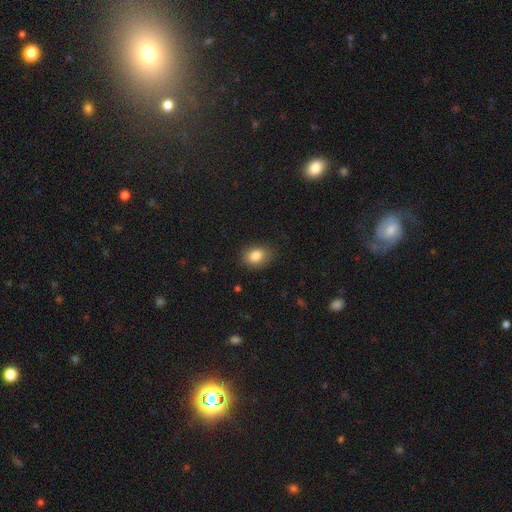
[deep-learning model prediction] smooth-or-featured: smooth: 84% | star or artifact: 9% | featured or disk: 7%
  how-rounded: in between: 68% | round: 31% | cigar-shaped: 1%
  merging: none: 79% | minor disturbance: 16% | major disturbance: 4% | merger: 1%